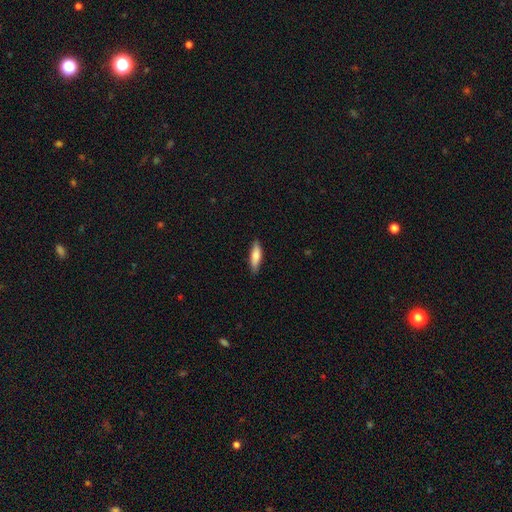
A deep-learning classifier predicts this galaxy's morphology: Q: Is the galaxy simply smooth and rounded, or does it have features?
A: smooth — 75%.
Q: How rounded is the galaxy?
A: cigar-shaped — 59%.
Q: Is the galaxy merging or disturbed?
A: none — 85%.